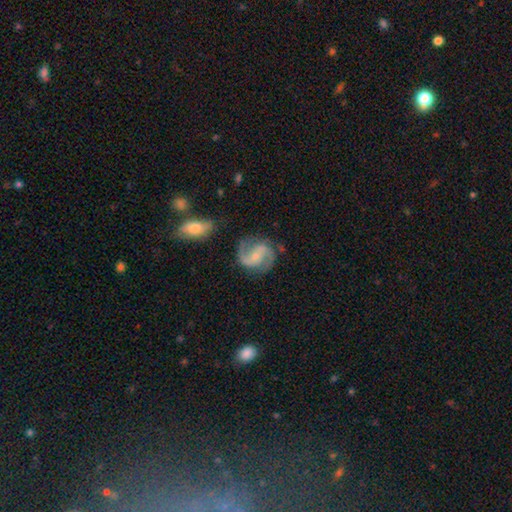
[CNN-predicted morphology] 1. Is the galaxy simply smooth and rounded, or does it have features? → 86% featured or disk, 8% smooth, 5% star or artifact.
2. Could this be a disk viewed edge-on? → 98% no, 2% yes.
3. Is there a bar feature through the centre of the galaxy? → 43% weak, 37% no, 19% strong.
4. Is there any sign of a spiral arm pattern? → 97% yes, 3% no.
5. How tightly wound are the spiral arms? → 54% medium, 28% loose, 18% tight.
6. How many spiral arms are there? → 89% 2, 4% 3, 3% can't tell, 2% 1, 1% 4, 1% more than 4.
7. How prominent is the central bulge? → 66% small, 27% moderate, 5% none, 1% large, 1% dominant.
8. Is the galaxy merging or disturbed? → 75% none, 16% minor disturbance, 6% major disturbance, 3% merger.